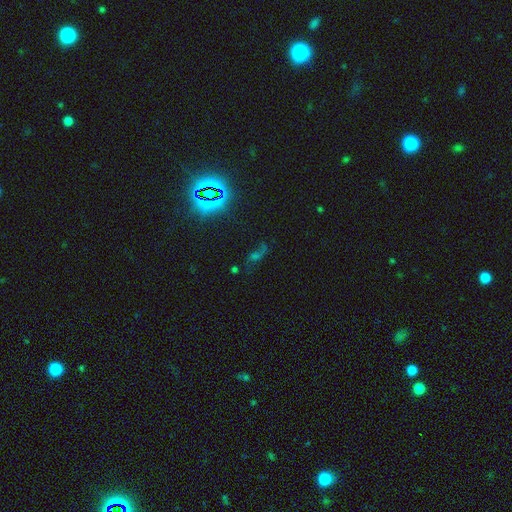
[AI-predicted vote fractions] Q: Smooth or featured?
A: star or artifact (53%); runner-up: featured or disk (27%)